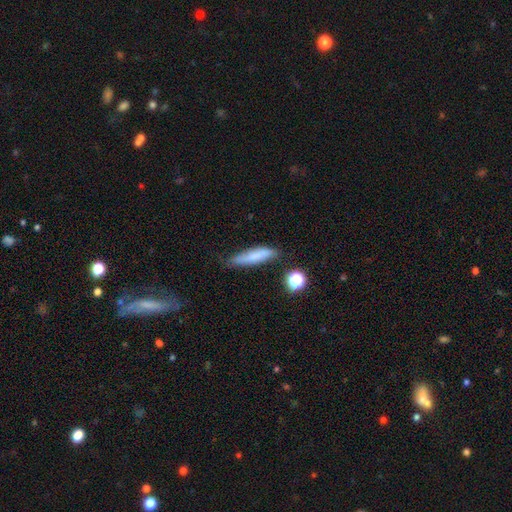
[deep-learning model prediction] smooth 74%, featured or disk 17%, star or artifact 9%. Down the decision tree: how rounded — cigar-shaped (77%); merging — none (67%).